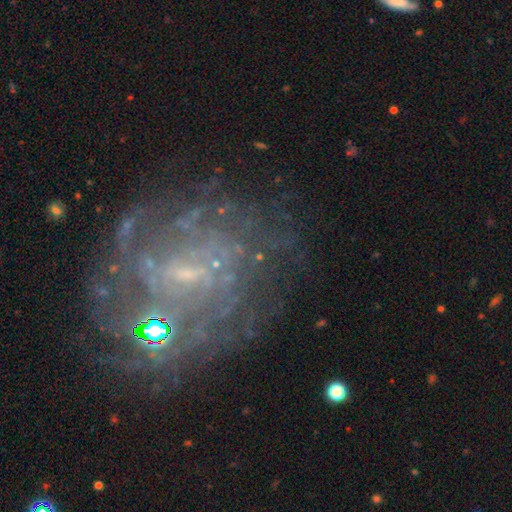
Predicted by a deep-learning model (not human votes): Smooth or featured? featured or disk (75%)
Edge-on disk? no (97%)
Bar? weak (48%)
Spiral arms? yes (74%)
Spiral winding? tight (55%)
Spiral arm count? can't tell (57%)
Bulge size? small (66%)
Merging? none (65%)